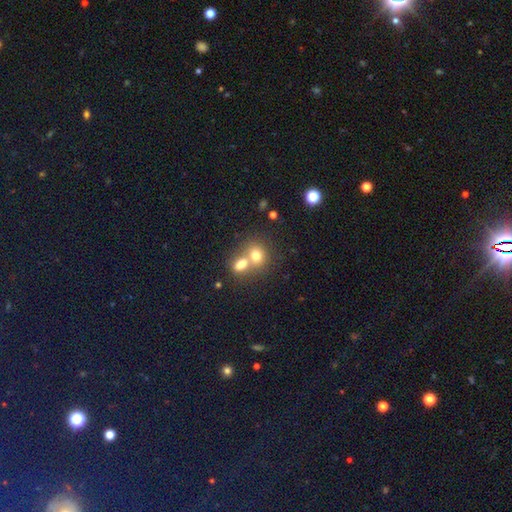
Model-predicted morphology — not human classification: The model was most divided on "how rounded": round: 62%, in between: 37%, cigar-shaped: 1%. More confident: smooth or featured — smooth (73%); merging — merger (60%).